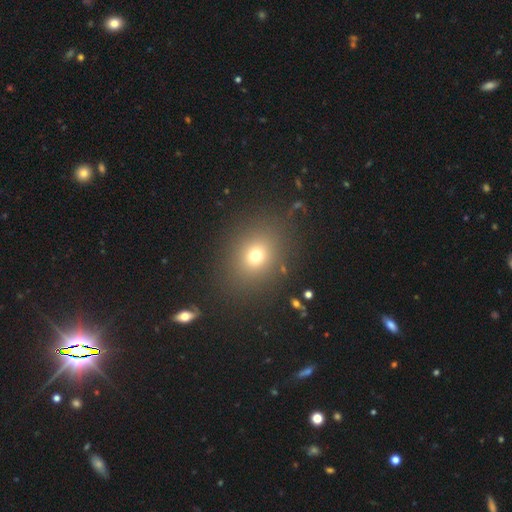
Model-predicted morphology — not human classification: smooth-or-featured: smooth: 71% | star or artifact: 19% | featured or disk: 10%
  how-rounded: round: 64% | in between: 35% | cigar-shaped: 1%
  merging: none: 84% | minor disturbance: 8% | major disturbance: 5% | merger: 2%